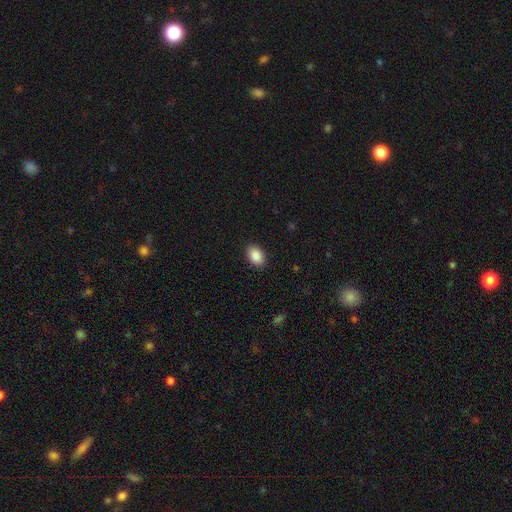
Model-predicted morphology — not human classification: Smooth or featured?
  - smooth: 89% *
  - star or artifact: 7%
  - featured or disk: 3%
How rounded?
  - in between: 85% *
  - round: 13%
  - cigar-shaped: 1%
Merging?
  - none: 90% *
  - minor disturbance: 8%
  - major disturbance: 2%
  - merger: 1%